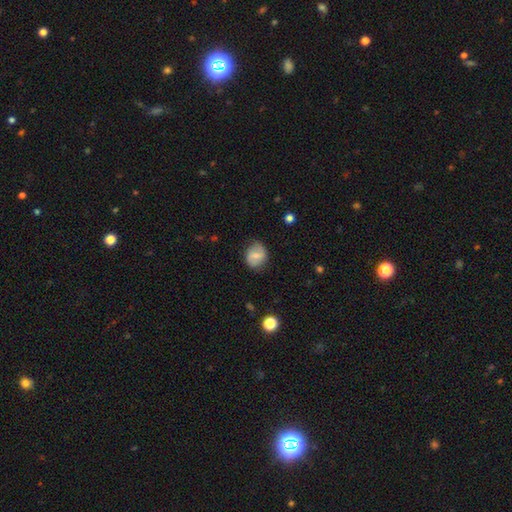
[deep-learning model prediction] Smooth or featured? smooth (60%)
How rounded? round (61%)
Merging? none (78%)